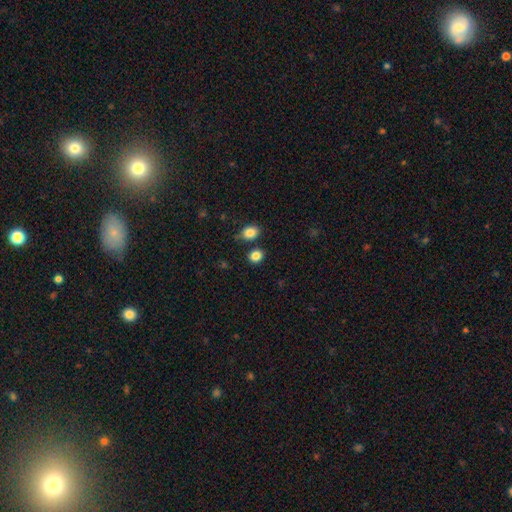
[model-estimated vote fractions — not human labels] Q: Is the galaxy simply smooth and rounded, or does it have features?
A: smooth — 85%.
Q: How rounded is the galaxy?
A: round — 65%.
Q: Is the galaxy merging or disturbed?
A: none — 77%.